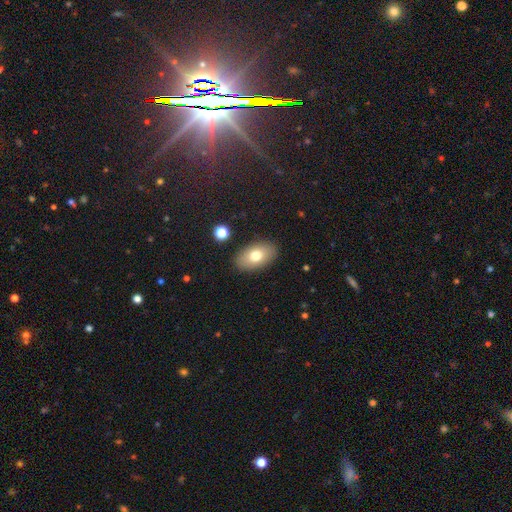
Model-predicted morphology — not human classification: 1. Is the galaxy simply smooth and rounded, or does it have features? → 74% smooth, 18% featured or disk, 8% star or artifact.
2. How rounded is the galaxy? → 92% in between, 6% round, 2% cigar-shaped.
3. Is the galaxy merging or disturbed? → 88% none, 8% minor disturbance, 2% major disturbance, 1% merger.